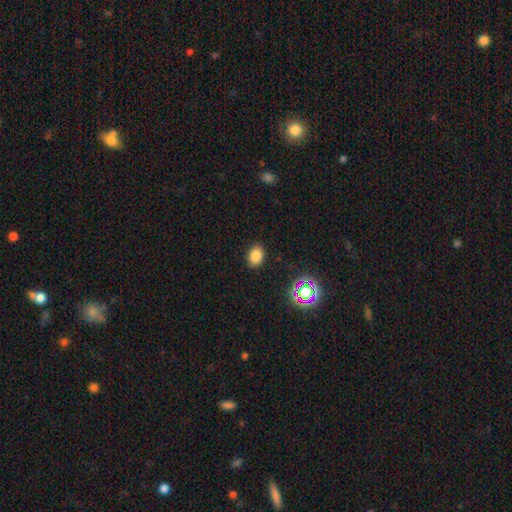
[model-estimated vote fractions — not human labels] The model was most divided on "how rounded": in between: 71%, round: 28%, cigar-shaped: 1%. More confident: merging — none (88%); smooth or featured — smooth (81%).